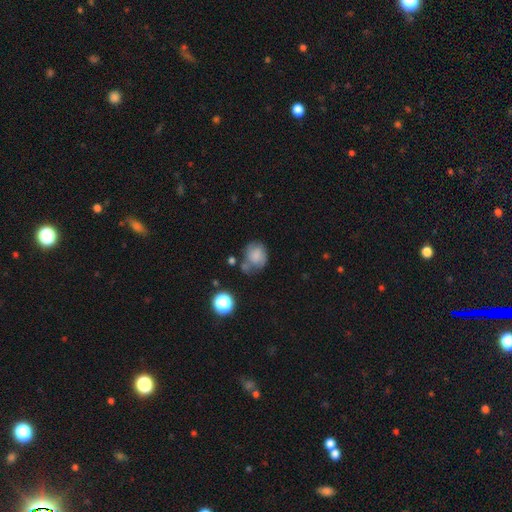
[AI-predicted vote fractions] Smooth or featured: smooth — 67% (featured or disk — 22%)
How rounded: round — 65% (in between — 34%)
Merging: none — 46% (minor disturbance — 26%)